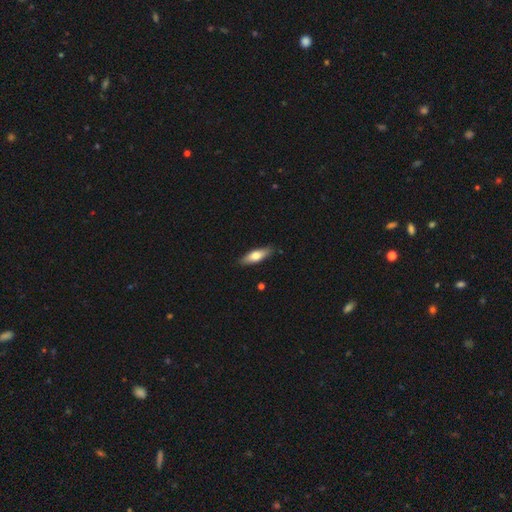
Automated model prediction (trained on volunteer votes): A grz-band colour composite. It shows a smooth galaxy with no disk features (65%) that is in between round and cigar-shaped (50%). Merging: none (87%).